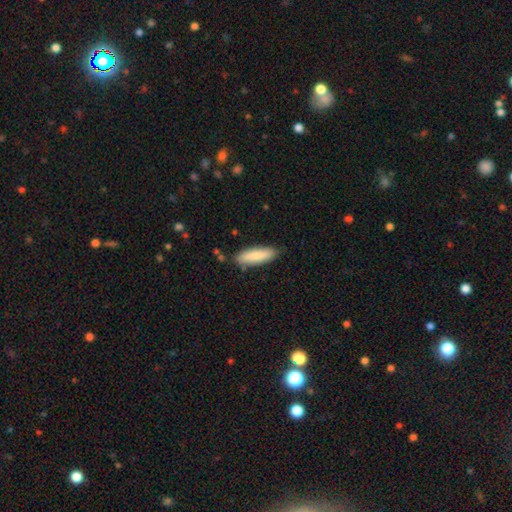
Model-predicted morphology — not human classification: A smooth galaxy with no disk features (83%) that is cigar-shaped (58%).

Vote fractions:
- Smooth or featured? smooth: 83% / featured or disk: 11% / star or artifact: 6%
- How rounded? cigar-shaped: 58% / in between: 40% / round: 1%
- Merging? none: 84% / minor disturbance: 12% / major disturbance: 2% / merger: 2%